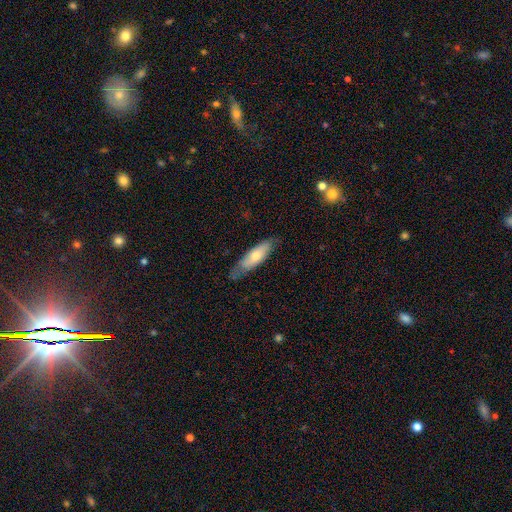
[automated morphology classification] This is likely a smooth galaxy (66%). How rounded: possibly cigar-shaped (50%). Merging: likely none (68%).